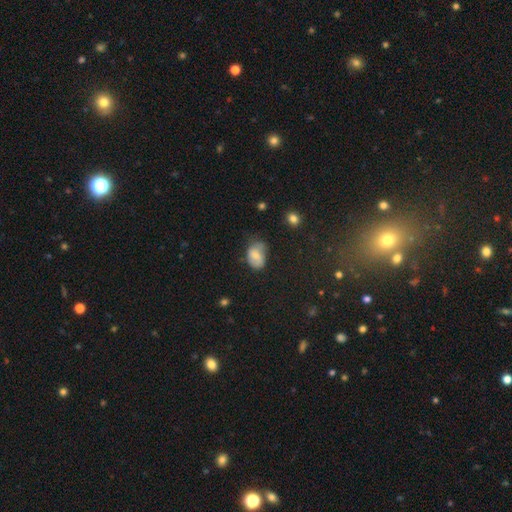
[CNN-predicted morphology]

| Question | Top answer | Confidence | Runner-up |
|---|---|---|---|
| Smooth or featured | smooth | 65% | featured or disk (25%) |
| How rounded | in between | 79% | round (20%) |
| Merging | none | 44% | minor disturbance (38%) |